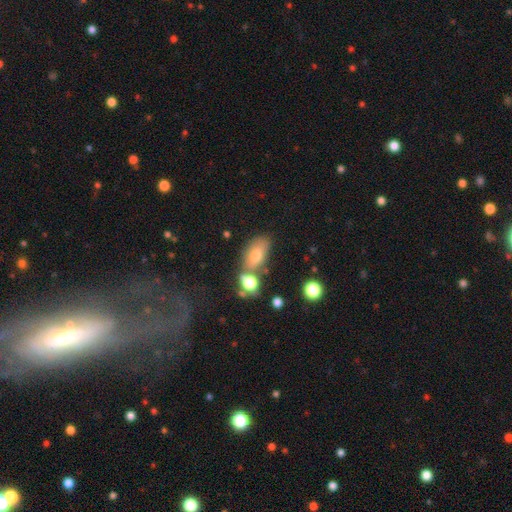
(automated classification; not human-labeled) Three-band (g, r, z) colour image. It shows a smooth galaxy with no disk features (70%) that is in between round and cigar-shaped (86%). Merging: none (55%).